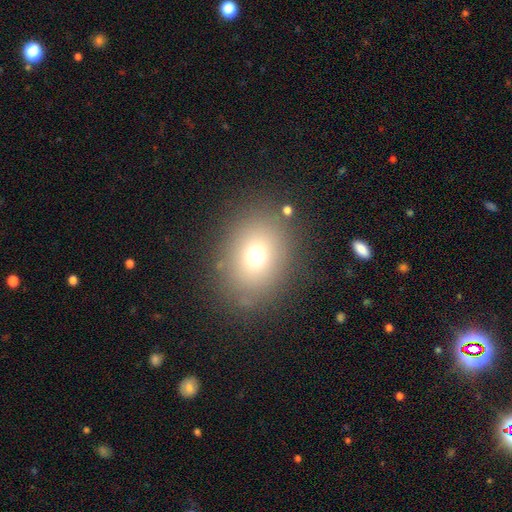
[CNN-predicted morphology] Smooth or featured?
  - smooth: 71% *
  - star or artifact: 17%
  - featured or disk: 13%
How rounded?
  - in between: 52% *
  - round: 47%
  - cigar-shaped: 1%
Merging?
  - none: 83% *
  - minor disturbance: 10%
  - major disturbance: 5%
  - merger: 2%